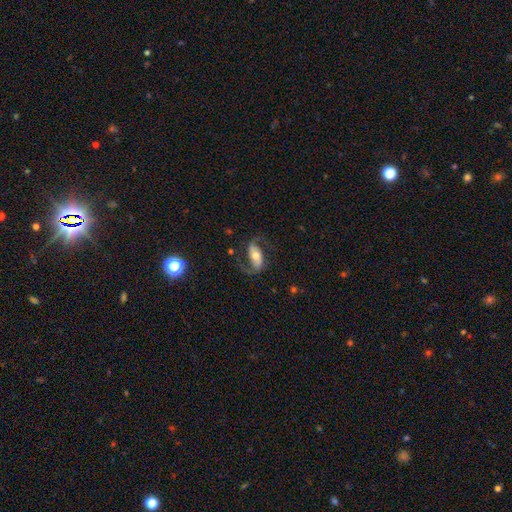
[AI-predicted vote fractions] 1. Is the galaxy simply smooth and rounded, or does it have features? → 80% featured or disk, 14% smooth, 6% star or artifact.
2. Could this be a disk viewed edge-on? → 95% no, 5% yes.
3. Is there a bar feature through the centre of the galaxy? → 34% strong (tied), 34% no (tied), 32% weak.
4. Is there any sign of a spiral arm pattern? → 94% yes, 6% no.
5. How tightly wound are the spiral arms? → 53% loose, 37% medium, 10% tight.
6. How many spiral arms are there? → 91% 2, 4% 1, 3% can't tell, 1% 3, 1% 4, 1% more than 4.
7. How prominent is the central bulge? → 64% moderate, 22% small, 11% large, 2% dominant, 1% none.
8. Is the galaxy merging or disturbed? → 71% none, 14% minor disturbance, 13% major disturbance, 2% merger.